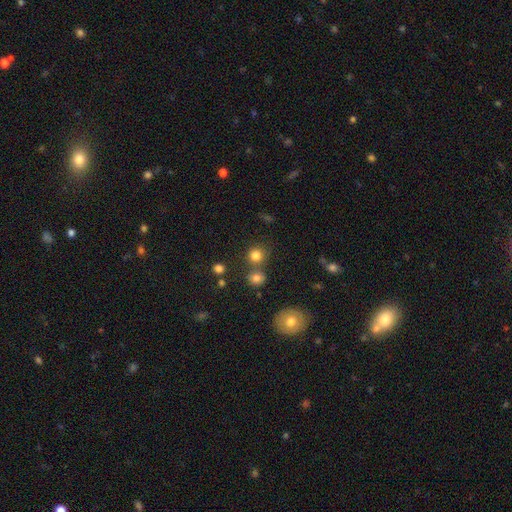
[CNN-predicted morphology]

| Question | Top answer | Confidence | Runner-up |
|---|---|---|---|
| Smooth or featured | smooth | 80% | star or artifact (14%) |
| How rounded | round | 88% | in between (11%) |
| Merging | none | 67% | merger (20%) |